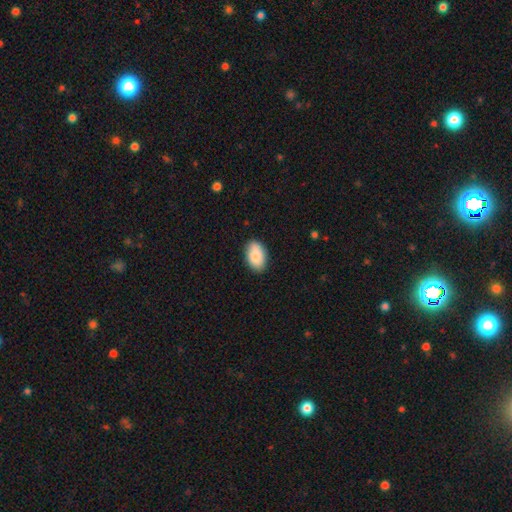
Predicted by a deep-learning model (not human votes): Smooth or featured: smooth — 85% (featured or disk — 9%)
How rounded: in between — 92% (round — 7%)
Merging: none — 86% (minor disturbance — 11%)